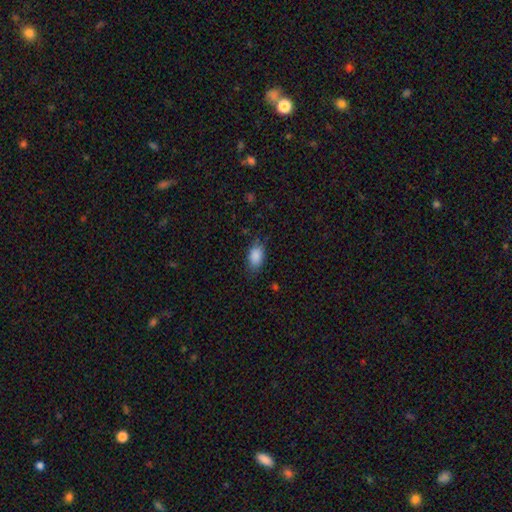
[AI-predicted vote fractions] A smooth galaxy with no disk features (88%) that is in between round and cigar-shaped (90%). Merging: none (77%).